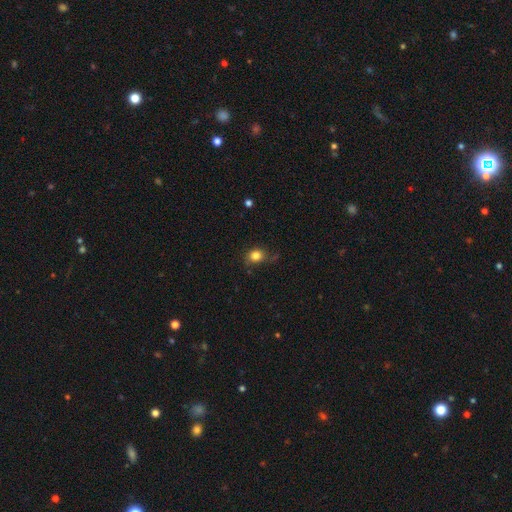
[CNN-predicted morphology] Smooth or featured? Predicted: smooth (p=0.80). How rounded? Predicted: round (p=0.64). Merging? Predicted: none (p=0.66).